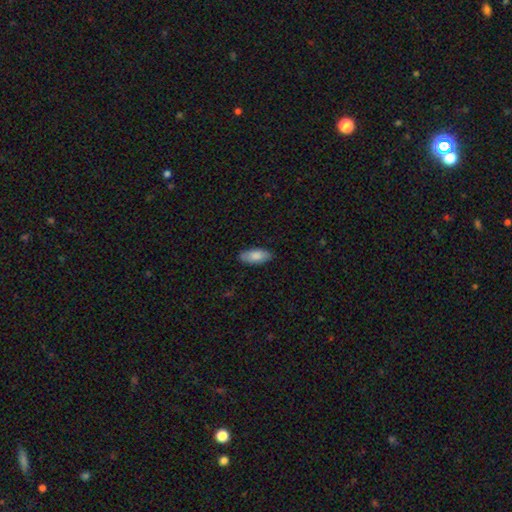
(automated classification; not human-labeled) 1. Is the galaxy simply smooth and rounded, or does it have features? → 85% smooth, 9% featured or disk, 6% star or artifact.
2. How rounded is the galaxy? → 88% in between, 10% cigar-shaped, 2% round.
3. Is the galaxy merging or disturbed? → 87% none, 10% minor disturbance, 2% major disturbance, 1% merger.